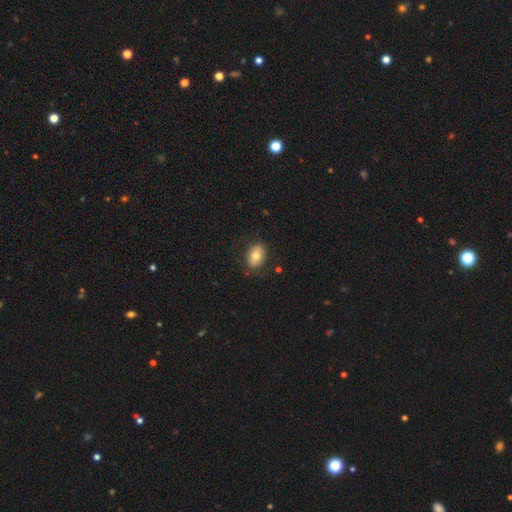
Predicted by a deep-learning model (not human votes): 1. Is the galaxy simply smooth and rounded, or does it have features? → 77% smooth, 15% featured or disk, 8% star or artifact.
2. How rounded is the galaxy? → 81% in between, 18% round, 1% cigar-shaped.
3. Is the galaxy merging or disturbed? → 81% none, 14% minor disturbance, 4% major disturbance, 1% merger.